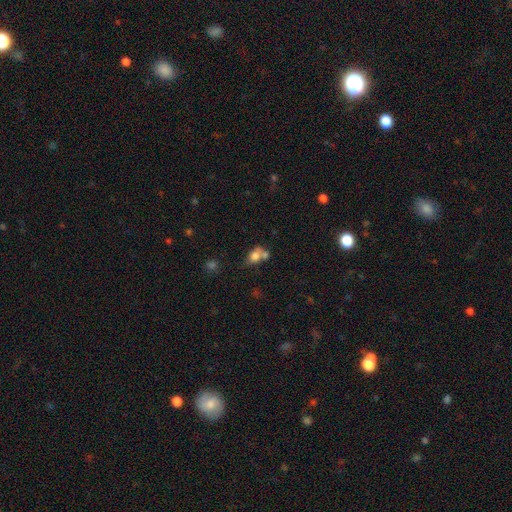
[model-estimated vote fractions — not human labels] Smooth or featured: smooth — 74% (featured or disk — 15%)
How rounded: in between — 65% (round — 33%)
Merging: merger — 49% (none — 32%)